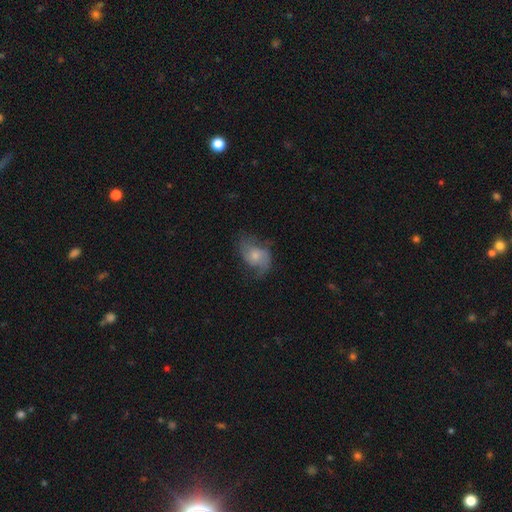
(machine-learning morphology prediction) smooth-or-featured: featured or disk: 65% | smooth: 27% | star or artifact: 8%
  disk-edge-on: no: 97% | yes: 3%
    bar: no: 66% | weak: 29% | strong: 4%
    has-spiral-arms: yes: 89% | no: 11%
      spiral-winding: loose: 50% | medium: 39% | tight: 12%
      spiral-arm-count: 2: 77% | 1: 9% | can't tell: 8% | 3: 3% | 4: 1% | more than 4: 1%
    bulge-size: small: 46% | moderate: 40% | none: 7% | large: 6% | dominant: 2%
  merging: none: 55% | minor disturbance: 24% | major disturbance: 19% | merger: 2%